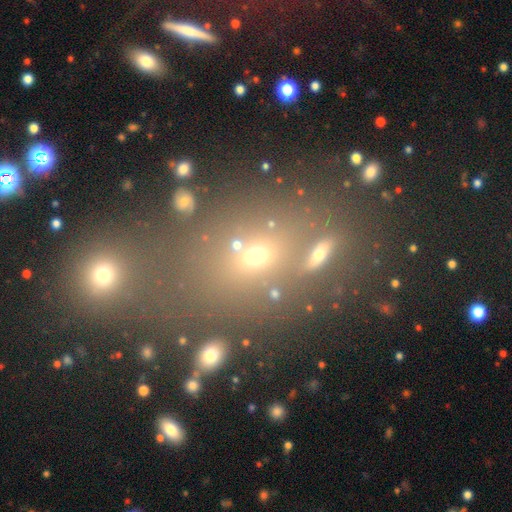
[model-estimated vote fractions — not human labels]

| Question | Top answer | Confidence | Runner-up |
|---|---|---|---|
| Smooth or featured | smooth | 57% | star or artifact (26%) |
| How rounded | in between | 55% | round (40%) |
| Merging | none | 55% | merger (24%) |